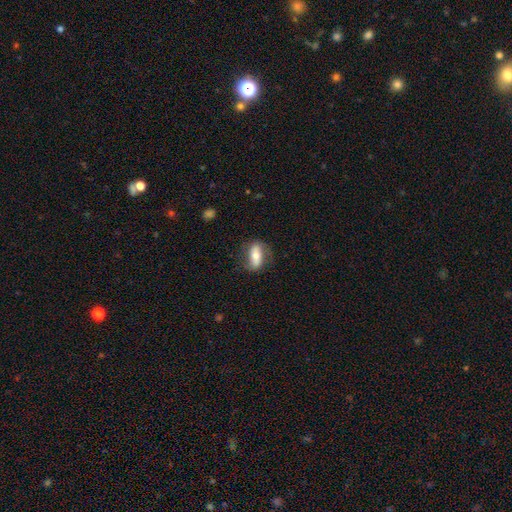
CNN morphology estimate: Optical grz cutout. It shows a smooth galaxy with no disk features (56%) that is in between round and cigar-shaped (73%). Merging: none (73%).